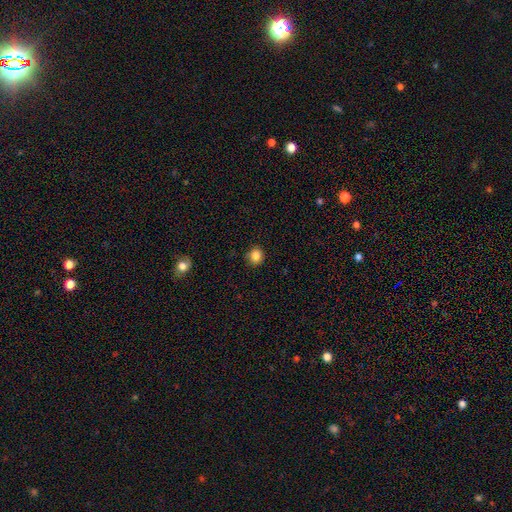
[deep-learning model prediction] A smooth galaxy with no disk features (85%) that is round (82%).

Vote fractions:
- Smooth or featured? smooth: 85% / star or artifact: 11% / featured or disk: 4%
- How rounded? round: 82% / in between: 17% / cigar-shaped: 1%
- Merging? none: 86% / minor disturbance: 11% / major disturbance: 2% / merger: 1%